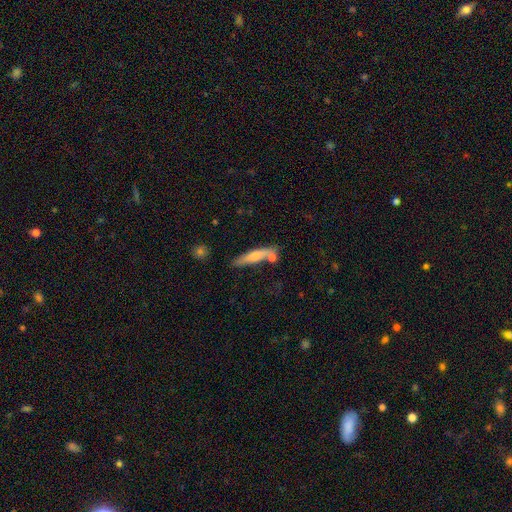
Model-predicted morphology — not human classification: smooth-or-featured: smooth: 62% | featured or disk: 32% | star or artifact: 6%
  how-rounded: cigar-shaped: 86% | in between: 13% | round: 2%
  merging: none: 69% | minor disturbance: 15% | merger: 12% | major disturbance: 3%